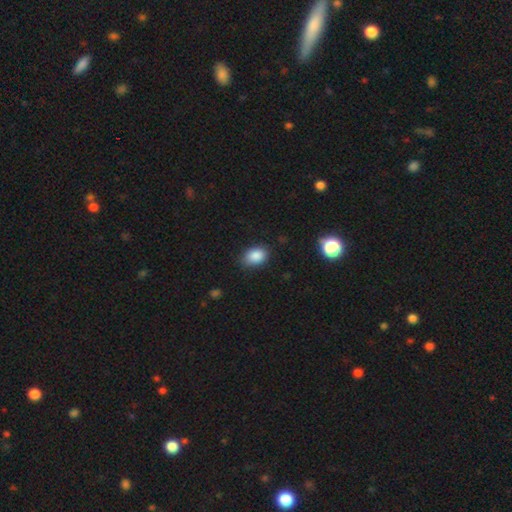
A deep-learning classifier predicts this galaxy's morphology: smooth-or-featured: smooth: 87% | star or artifact: 9% | featured or disk: 4%
  how-rounded: in between: 81% | round: 17% | cigar-shaped: 1%
  merging: none: 79% | minor disturbance: 16% | major disturbance: 3% | merger: 1%